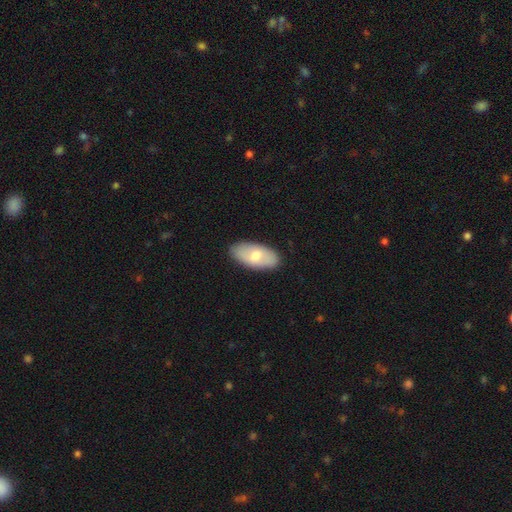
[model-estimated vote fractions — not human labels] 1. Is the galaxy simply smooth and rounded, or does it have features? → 64% smooth, 30% featured or disk, 6% star or artifact.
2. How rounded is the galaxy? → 93% in between, 5% cigar-shaped, 3% round.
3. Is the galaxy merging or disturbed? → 88% none, 9% minor disturbance, 2% major disturbance, 1% merger.